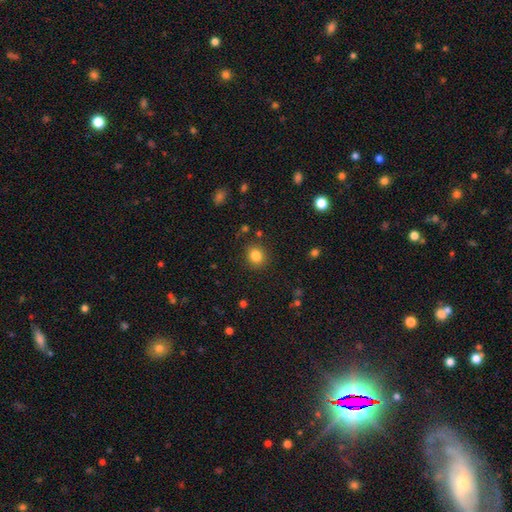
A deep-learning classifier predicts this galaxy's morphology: smooth-or-featured: smooth: 83% | star or artifact: 12% | featured or disk: 6%
  how-rounded: round: 76% | in between: 23% | cigar-shaped: 1%
  merging: none: 88% | minor disturbance: 7% | major disturbance: 3% | merger: 2%